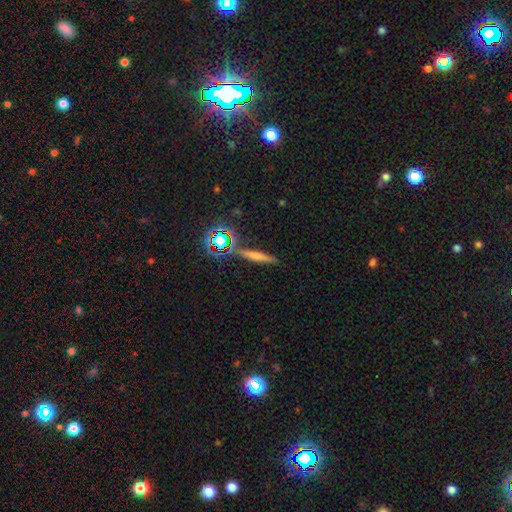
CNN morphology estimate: smooth 57%, featured or disk 25%, star or artifact 18%. Down the decision tree: how rounded — cigar-shaped (86%); merging — none (80%).